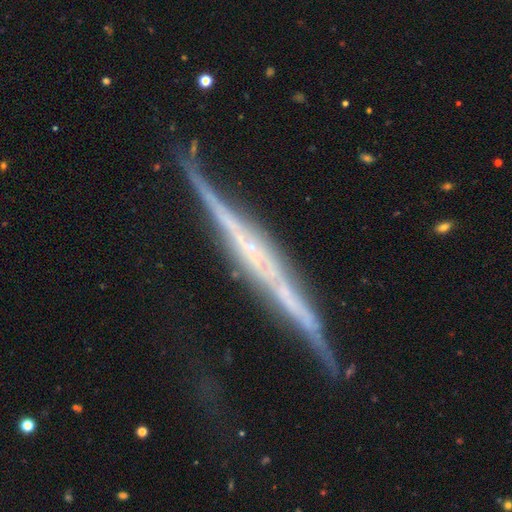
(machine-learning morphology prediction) Smooth or featured? featured or disk (82%)
Edge-on disk? yes (96%)
Edge-on bulge? none (60%)
Merging? none (68%)